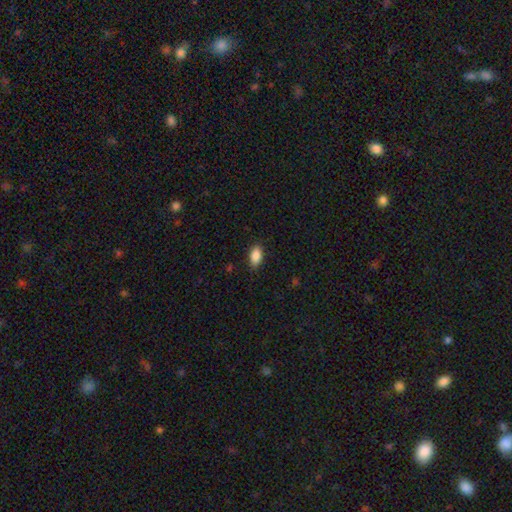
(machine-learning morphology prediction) The model was most divided on "merging": none: 86%, minor disturbance: 11%, major disturbance: 2%, merger: 1%. More confident: how rounded — in between (92%); smooth or featured — smooth (88%).